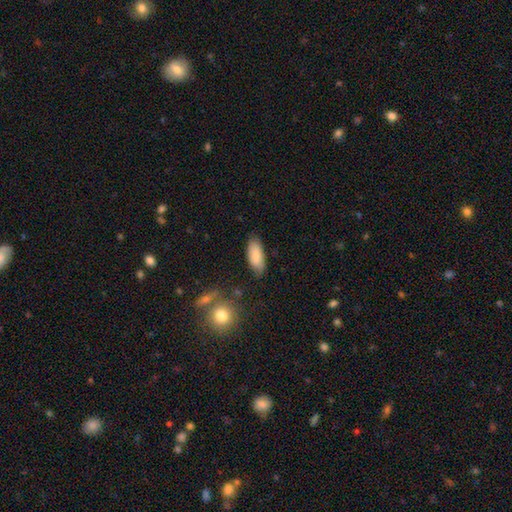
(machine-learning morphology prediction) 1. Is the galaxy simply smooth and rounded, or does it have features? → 84% smooth, 10% featured or disk, 6% star or artifact.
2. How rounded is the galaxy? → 82% in between, 16% cigar-shaped, 2% round.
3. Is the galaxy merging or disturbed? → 79% none, 16% minor disturbance, 3% major disturbance, 2% merger.